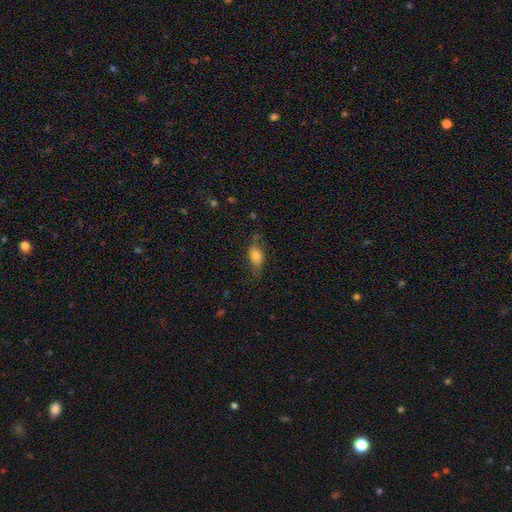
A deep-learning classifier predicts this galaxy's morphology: Smooth or featured: smooth — 72% (featured or disk — 19%)
How rounded: in between — 82% (cigar-shaped — 11%)
Merging: none — 62% (minor disturbance — 26%)